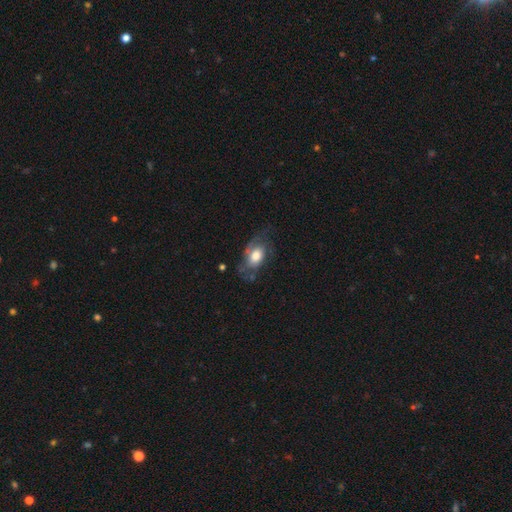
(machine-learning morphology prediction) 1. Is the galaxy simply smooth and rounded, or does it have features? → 49% featured or disk, 44% smooth, 7% star or artifact.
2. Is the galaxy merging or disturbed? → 49% none, 27% minor disturbance, 21% major disturbance, 2% merger.